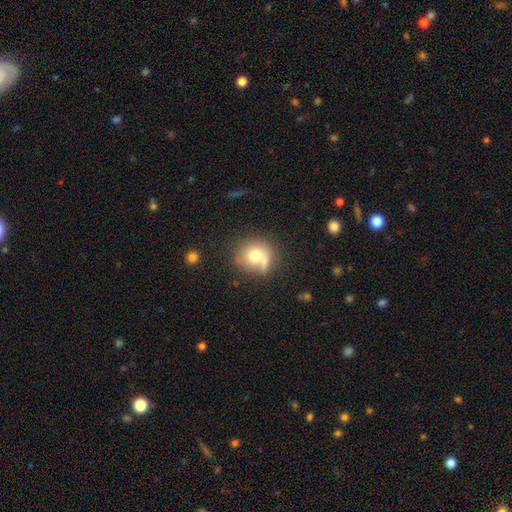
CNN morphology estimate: Overall: smooth (71%). How rounded: round (83%). Merging: none (49%; merger 25%).